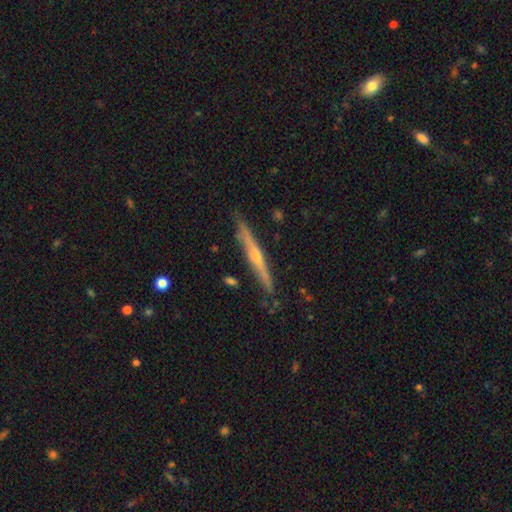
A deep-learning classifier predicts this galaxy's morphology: The model was most divided on "smooth or featured": featured or disk: 71%, smooth: 23%, star or artifact: 6%. More confident: edge-on disk — yes (98%); merging — none (86%); edge-on bulge — rounded (72%).